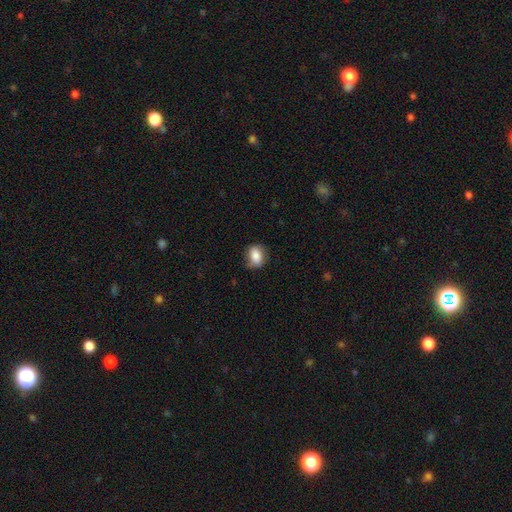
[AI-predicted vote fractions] A smooth galaxy with no disk features (83%) that is in between round and cigar-shaped (65%). Merging: none (74%).